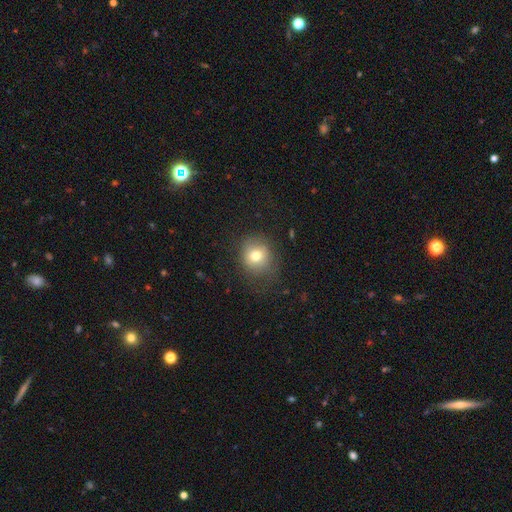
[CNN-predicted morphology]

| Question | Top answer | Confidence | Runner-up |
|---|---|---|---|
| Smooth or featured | smooth | 74% | featured or disk (14%) |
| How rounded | round | 81% | in between (18%) |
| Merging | none | 71% | minor disturbance (18%) |